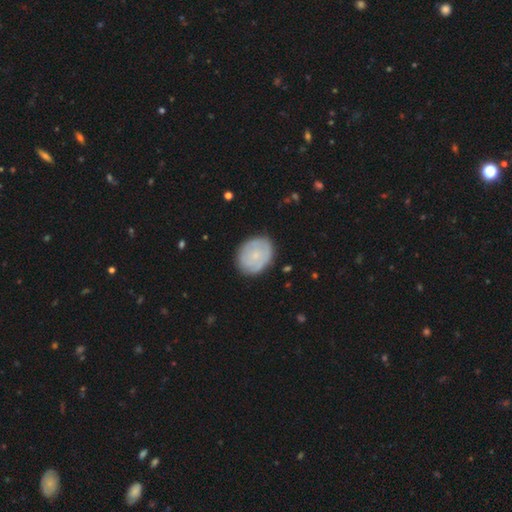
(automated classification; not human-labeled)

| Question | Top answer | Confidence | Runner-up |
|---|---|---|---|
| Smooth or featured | smooth | 47% | tied: featured or disk (47%) |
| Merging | none | 81% | minor disturbance (14%) |